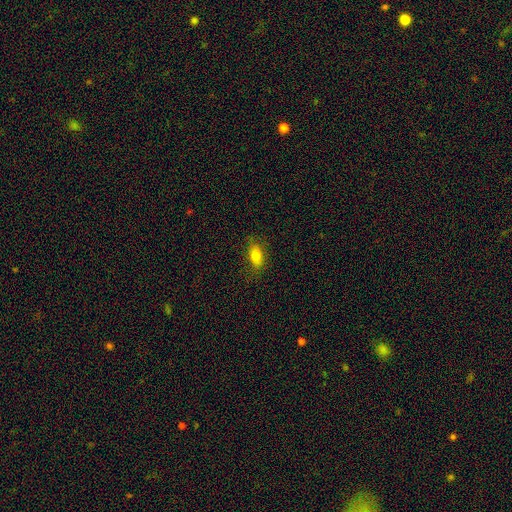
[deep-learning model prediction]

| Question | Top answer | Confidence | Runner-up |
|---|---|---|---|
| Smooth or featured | smooth | 79% | featured or disk (12%) |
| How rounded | in between | 83% | cigar-shaped (9%) |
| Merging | none | 79% | minor disturbance (16%) |